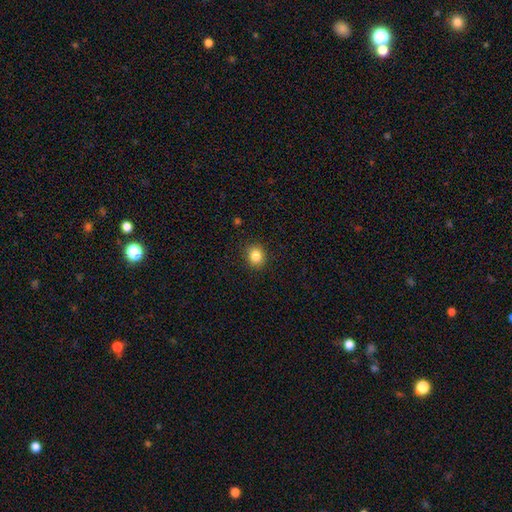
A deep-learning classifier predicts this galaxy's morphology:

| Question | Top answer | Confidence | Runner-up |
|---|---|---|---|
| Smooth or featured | smooth | 84% | star or artifact (11%) |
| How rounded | round | 78% | in between (21%) |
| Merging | none | 90% | minor disturbance (7%) |